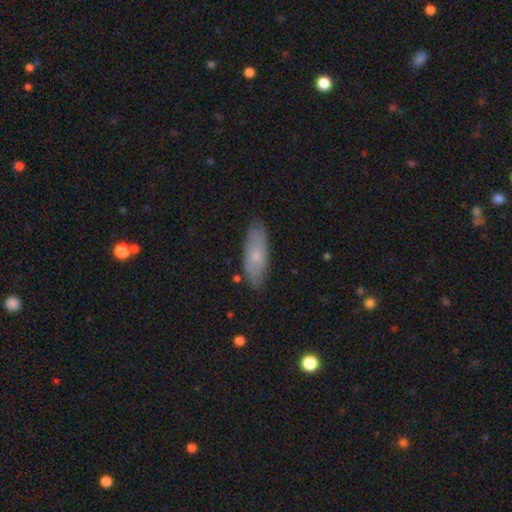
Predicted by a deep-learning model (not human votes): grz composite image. It shows a smooth galaxy with no disk features (64%) that is in between round and cigar-shaped (64%). Merging: none (82%).